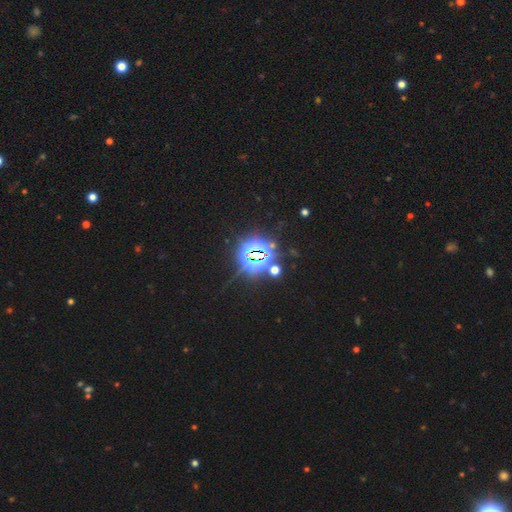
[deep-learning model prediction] Morphology: type=star or artifact (79%).